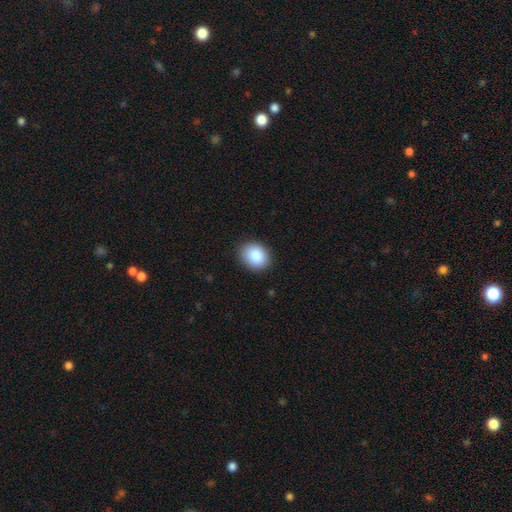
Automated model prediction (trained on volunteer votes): A smooth galaxy with no disk features (87%) that is round (55%). Merging: none (88%).